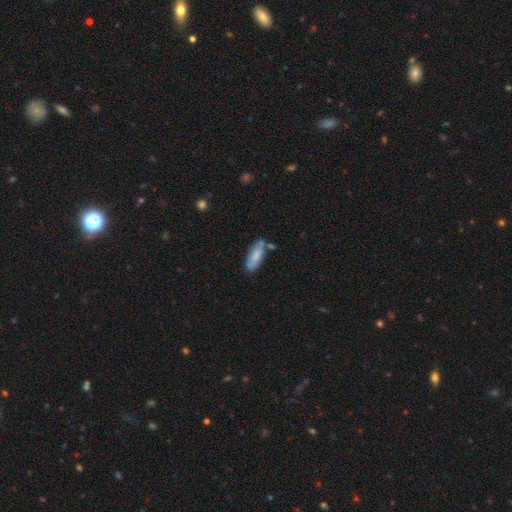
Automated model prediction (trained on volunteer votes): smooth-or-featured: smooth: 73% | featured or disk: 20% | star or artifact: 6%
  how-rounded: in between: 69% | cigar-shaped: 30% | round: 2%
  merging: none: 58% | minor disturbance: 23% | merger: 14% | major disturbance: 5%